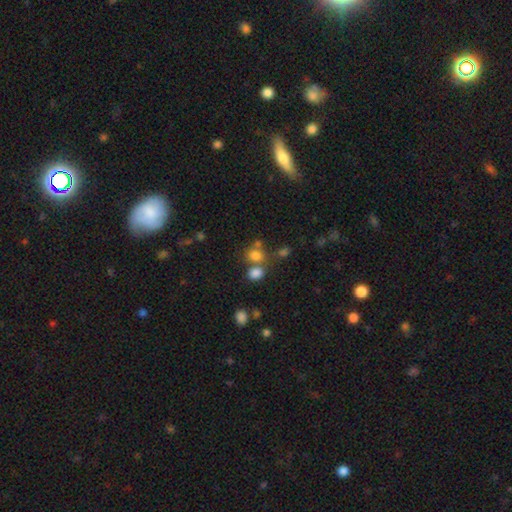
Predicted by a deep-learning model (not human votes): Smooth or featured? smooth (76%)
How rounded? round (66%)
Merging? none (52%)